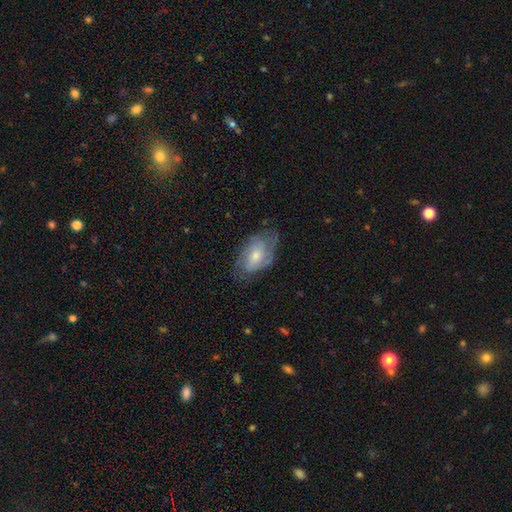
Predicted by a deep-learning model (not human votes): Smooth or featured?
  - featured or disk: 70% *
  - smooth: 24%
  - star or artifact: 6%
Edge-on disk?
  - no: 95% *
  - yes: 5%
Bar?
  - no: 64% *
  - weak: 30%
  - strong: 5%
Spiral arms?
  - yes: 88% *
  - no: 12%
Spiral winding?
  - tight: 46% *
  - medium: 41%
  - loose: 13%
Spiral arm count?
  - 2: 44% *
  - can't tell: 31%
  - 3: 14%
  - 1: 5%
  - 4: 4%
  - more than 4: 3%
Bulge size?
  - moderate: 51% *
  - small: 36%
  - large: 7%
  - none: 4%
  - dominant: 1%
Merging?
  - none: 63% *
  - minor disturbance: 24%
  - major disturbance: 12%
  - merger: 1%